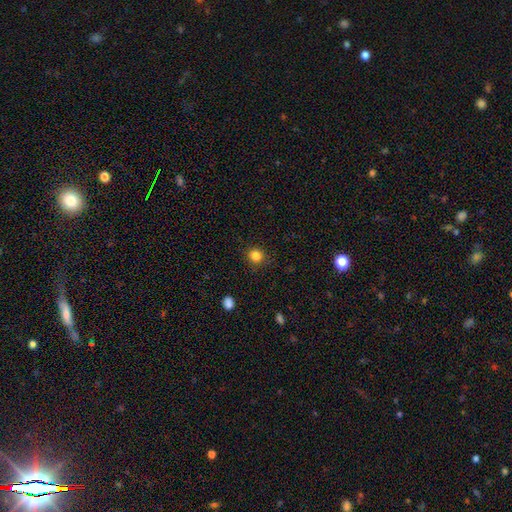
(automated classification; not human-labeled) The model was most divided on "smooth or featured": smooth: 84%, star or artifact: 12%, featured or disk: 4%. More confident: how rounded — round (91%); merging — none (89%).